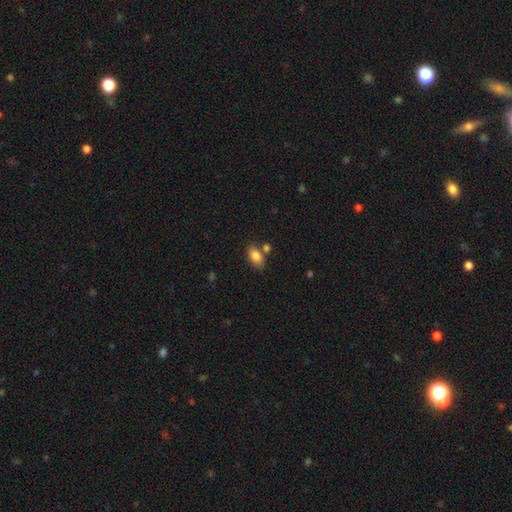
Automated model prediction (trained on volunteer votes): smooth_or_featured: smooth (p=0.85) [alt: star or artifact p=0.08]
how_rounded: in between (p=0.90) [alt: round p=0.07]
merging: none (p=0.67) [alt: merger p=0.16]